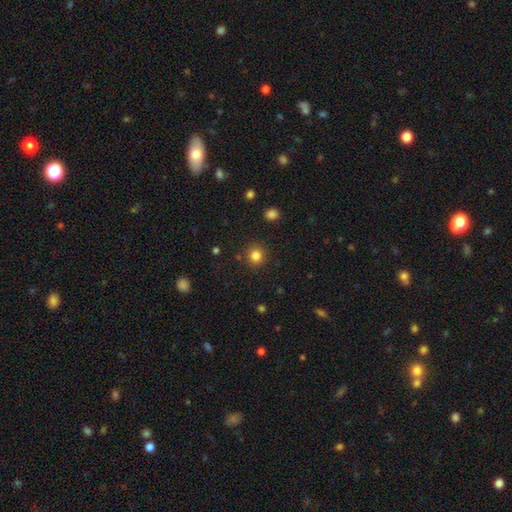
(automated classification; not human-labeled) smooth_or_featured: smooth (p=0.84) [alt: star or artifact p=0.12]
how_rounded: round (p=0.90) [alt: in between p=0.09]
merging: none (p=0.89) [alt: minor disturbance p=0.06]